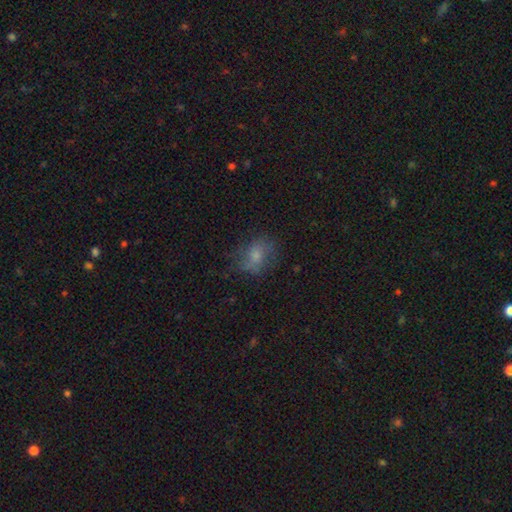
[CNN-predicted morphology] Smooth or featured? smooth (59%)
How rounded? in between (58%)
Merging? none (61%)